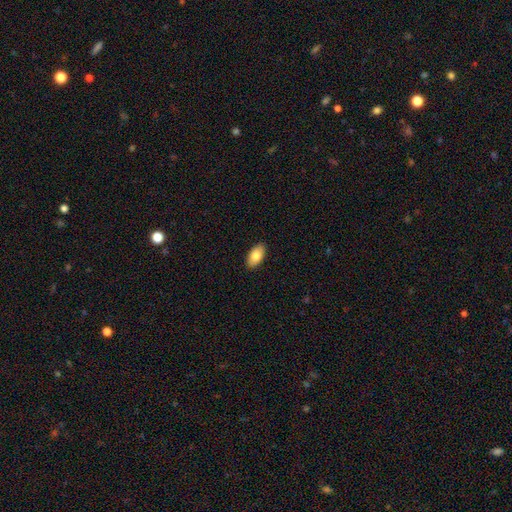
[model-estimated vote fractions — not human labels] Smooth or featured?
  - smooth: 84% *
  - featured or disk: 10%
  - star or artifact: 6%
How rounded?
  - in between: 94% *
  - round: 3%
  - cigar-shaped: 3%
Merging?
  - none: 90% *
  - minor disturbance: 7%
  - major disturbance: 2%
  - merger: 1%